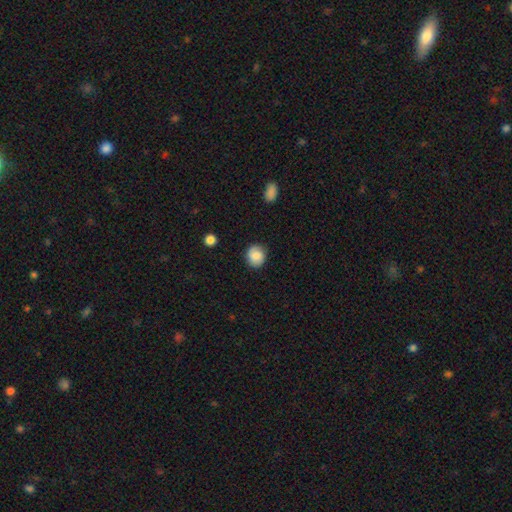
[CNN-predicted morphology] Smooth or featured?
  - smooth: 84% *
  - featured or disk: 8%
  - star or artifact: 8%
How rounded?
  - round: 79% *
  - in between: 21%
  - cigar-shaped: 1%
Merging?
  - none: 86% *
  - minor disturbance: 10%
  - major disturbance: 3%
  - merger: 1%